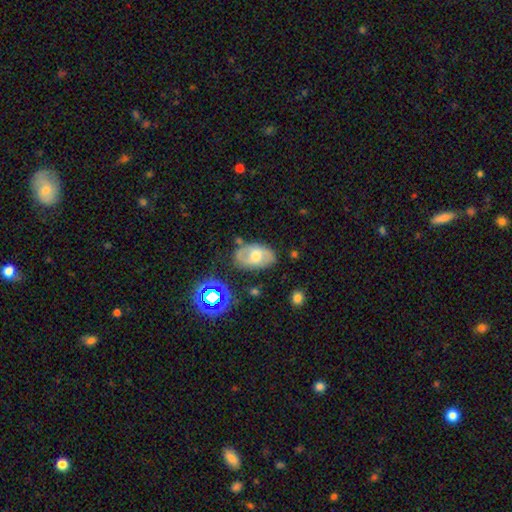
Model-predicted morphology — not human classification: featured or disk 49%, smooth 42%, star or artifact 9%. Down the decision tree: merging — none (71%).